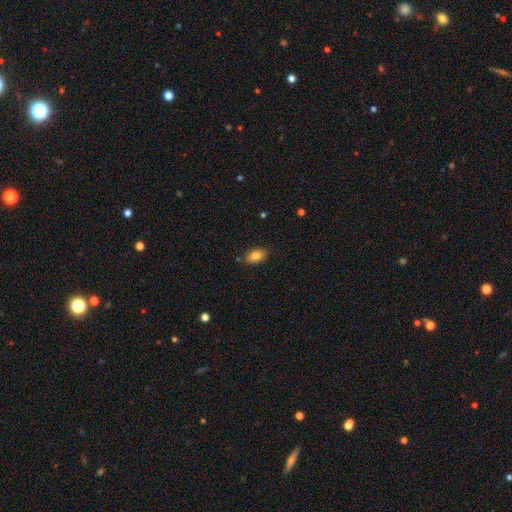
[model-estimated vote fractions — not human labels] Smooth or featured: smooth — 83% (featured or disk — 9%)
How rounded: in between — 91% (round — 7%)
Merging: none — 84% (minor disturbance — 12%)